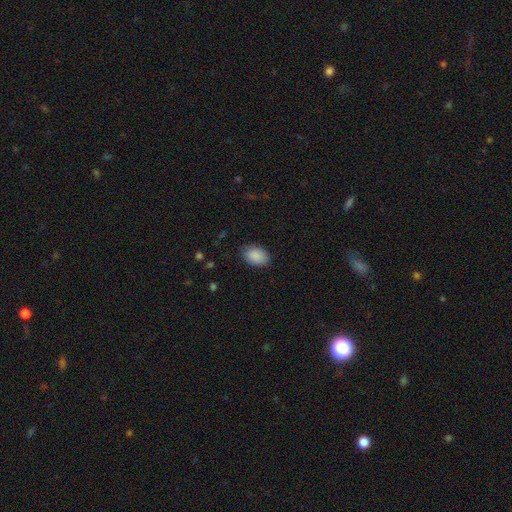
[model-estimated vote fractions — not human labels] Smooth or featured?
  - smooth: 90% *
  - star or artifact: 7%
  - featured or disk: 4%
How rounded?
  - in between: 83% *
  - round: 16%
  - cigar-shaped: 1%
Merging?
  - none: 83% *
  - minor disturbance: 13%
  - major disturbance: 3%
  - merger: 1%